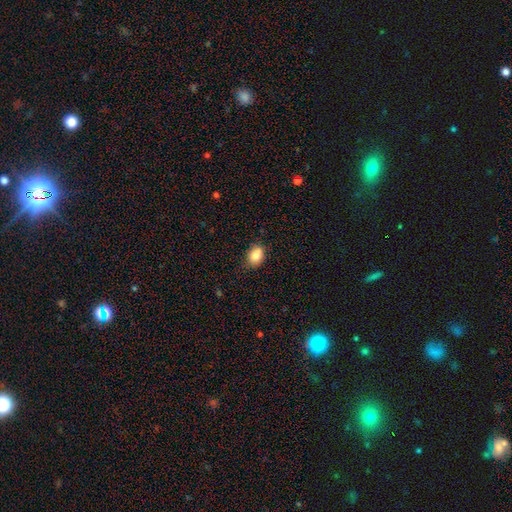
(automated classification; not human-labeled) smooth 84%, star or artifact 9%, featured or disk 7%. Down the decision tree: how rounded — in between (71%); merging — none (78%).